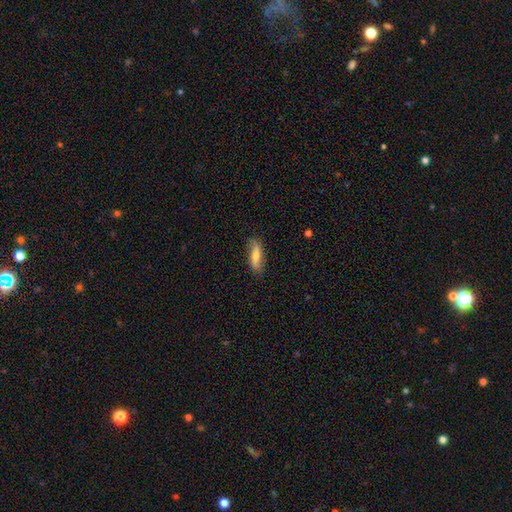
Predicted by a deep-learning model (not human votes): Smooth or featured?
  - smooth: 61% *
  - featured or disk: 33%
  - star or artifact: 7%
How rounded?
  - cigar-shaped: 51% *
  - in between: 46%
  - round: 3%
Merging?
  - none: 76% *
  - minor disturbance: 19%
  - major disturbance: 4%
  - merger: 2%